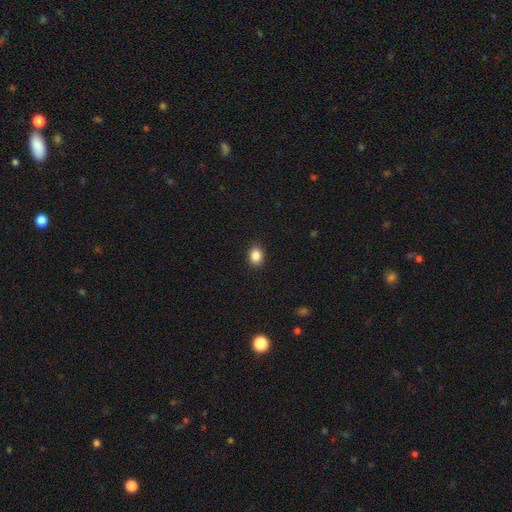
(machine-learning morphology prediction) Smooth or featured? smooth (87%)
How rounded? in between (54%)
Merging? none (90%)